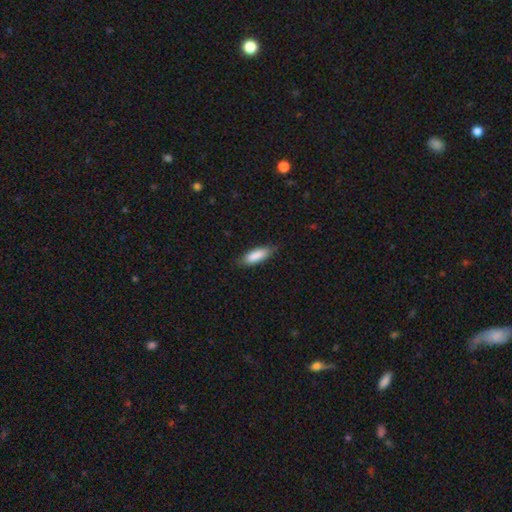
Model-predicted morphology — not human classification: type=smooth (87%); roundness=in between (63%); merging=none (80%).